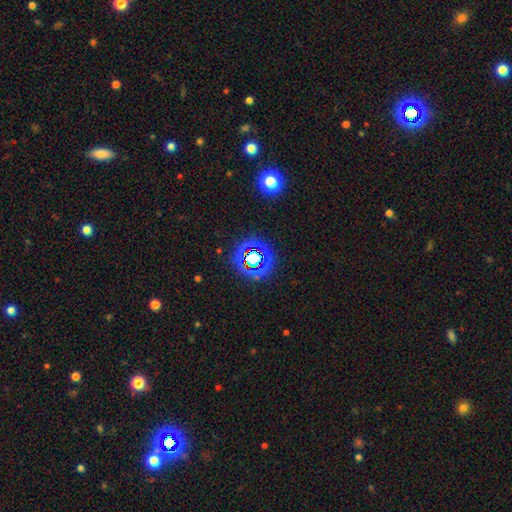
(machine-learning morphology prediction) Smooth or featured: star or artifact — 76% (smooth — 14%)